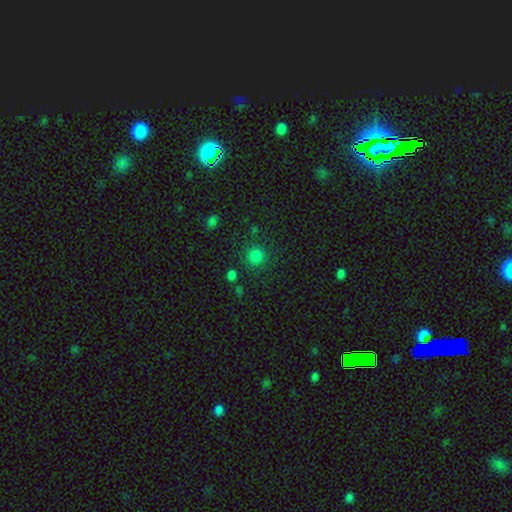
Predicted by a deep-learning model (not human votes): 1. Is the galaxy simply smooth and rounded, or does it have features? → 80% smooth, 15% star or artifact, 5% featured or disk.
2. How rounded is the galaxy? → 89% round, 10% in between, 1% cigar-shaped.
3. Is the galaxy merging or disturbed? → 82% none, 10% minor disturbance, 4% major disturbance, 4% merger.